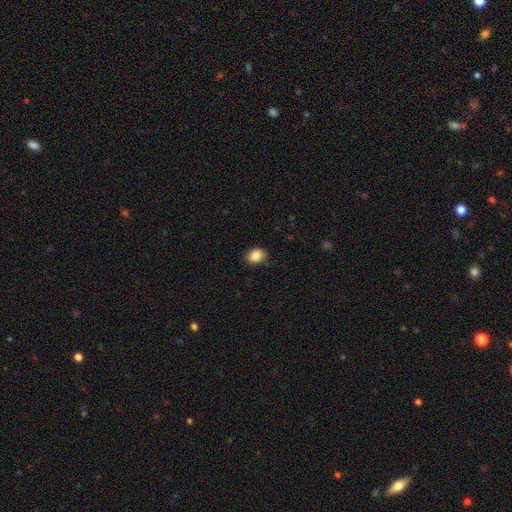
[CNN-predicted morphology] smooth-or-featured: smooth: 87% | star or artifact: 9% | featured or disk: 4%
  how-rounded: in between: 54% | round: 46% | cigar-shaped: 1%
  merging: none: 87% | minor disturbance: 10% | major disturbance: 2% | merger: 1%